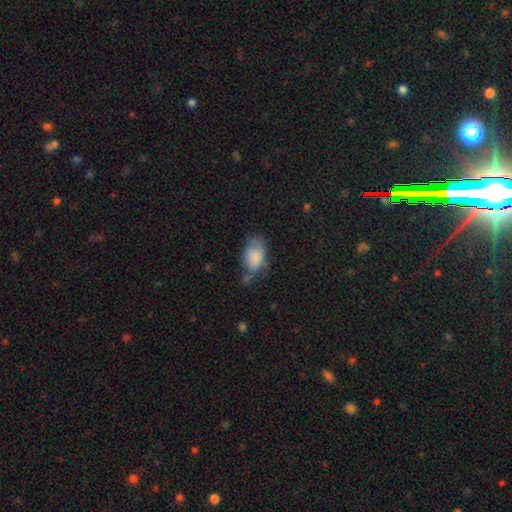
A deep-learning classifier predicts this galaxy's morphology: Q: Smooth or featured?
A: smooth (81%); runner-up: featured or disk (11%)
Q: How rounded?
A: in between (90%); runner-up: round (8%)
Q: Merging?
A: none (46%); runner-up: minor disturbance (36%)